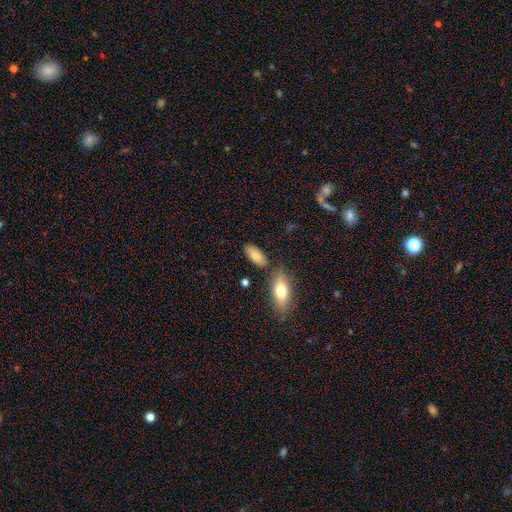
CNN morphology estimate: This appears to be a smooth galaxy with no disk features (81%) that is in between round and cigar-shaped (87%). Merging: none (76%).